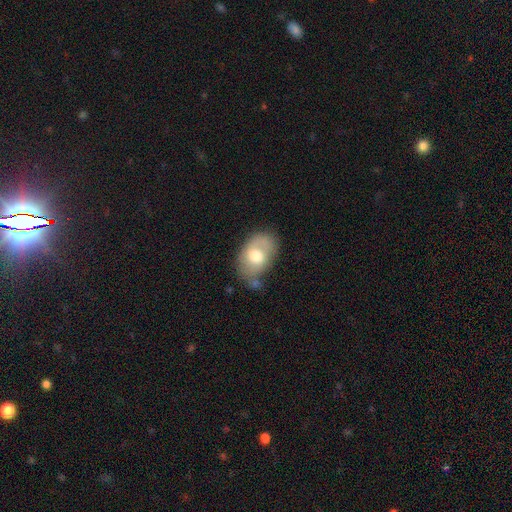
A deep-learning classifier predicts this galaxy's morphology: Smooth or featured? Predicted: smooth (p=0.58). How rounded? Predicted: in between (p=0.85). Merging? Predicted: none (p=0.50).